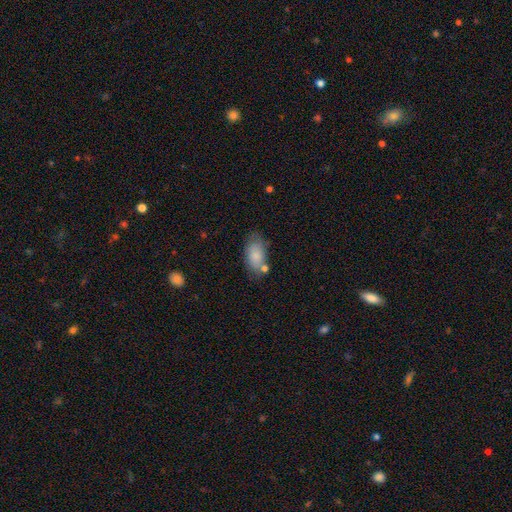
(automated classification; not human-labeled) Q: Smooth or featured?
A: smooth (83%); runner-up: featured or disk (10%)
Q: How rounded?
A: in between (92%); runner-up: round (5%)
Q: Merging?
A: none (61%); runner-up: minor disturbance (21%)